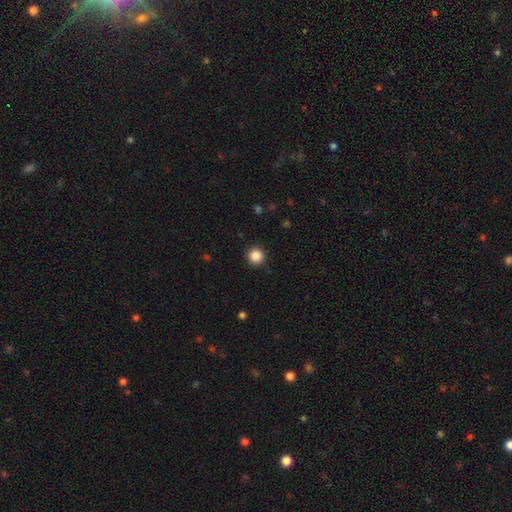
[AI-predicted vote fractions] Smooth or featured?
  - smooth: 87% *
  - star or artifact: 10%
  - featured or disk: 3%
How rounded?
  - round: 95% *
  - in between: 4%
  - cigar-shaped: 1%
Merging?
  - none: 92% *
  - minor disturbance: 5%
  - major disturbance: 2%
  - merger: 1%